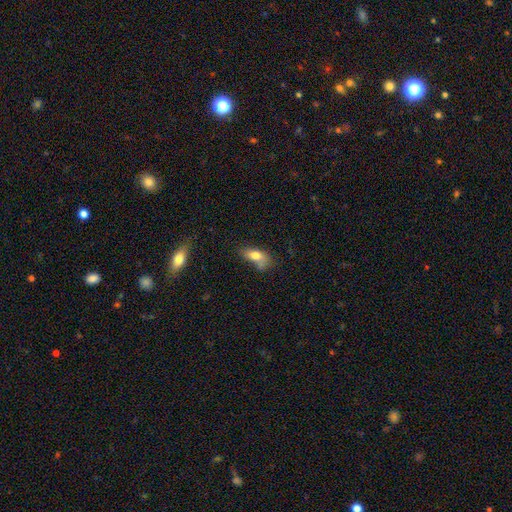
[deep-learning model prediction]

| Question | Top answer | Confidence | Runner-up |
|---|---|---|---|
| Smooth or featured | smooth | 74% | featured or disk (17%) |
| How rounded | in between | 83% | cigar-shaped (10%) |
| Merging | none | 36% | minor disturbance (30%) |